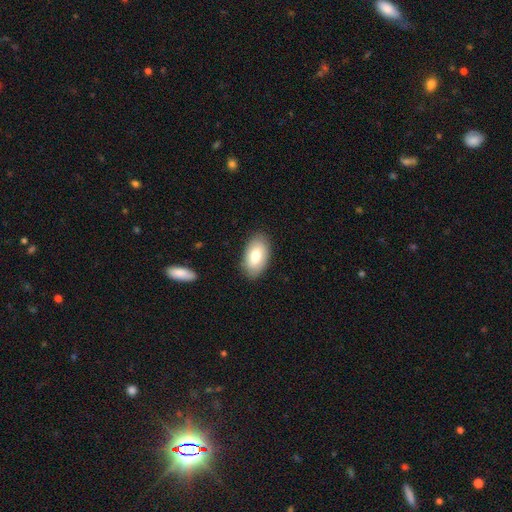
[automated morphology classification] Q: Smooth or featured?
A: smooth (75%); runner-up: featured or disk (19%)
Q: How rounded?
A: in between (94%); runner-up: round (4%)
Q: Merging?
A: none (86%); runner-up: minor disturbance (11%)